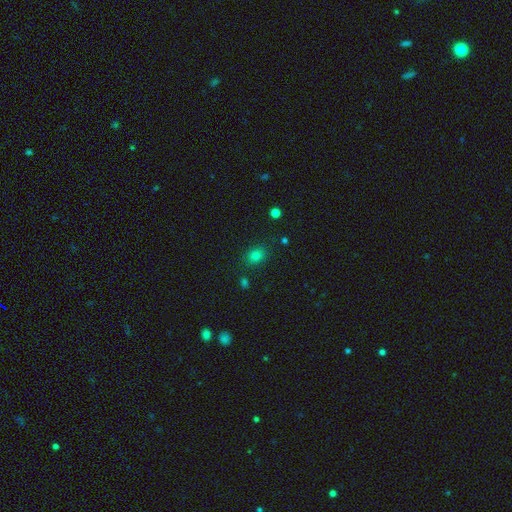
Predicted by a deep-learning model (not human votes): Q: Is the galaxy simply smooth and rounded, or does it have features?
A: smooth — 78%.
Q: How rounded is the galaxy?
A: in between — 51%.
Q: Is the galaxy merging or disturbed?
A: none — 82%.